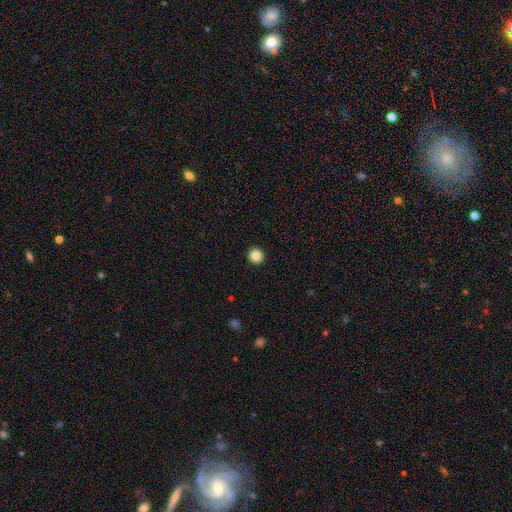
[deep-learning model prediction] This appears to be a smooth galaxy with no disk features (86%) that is round (95%). Merging: none (93%).